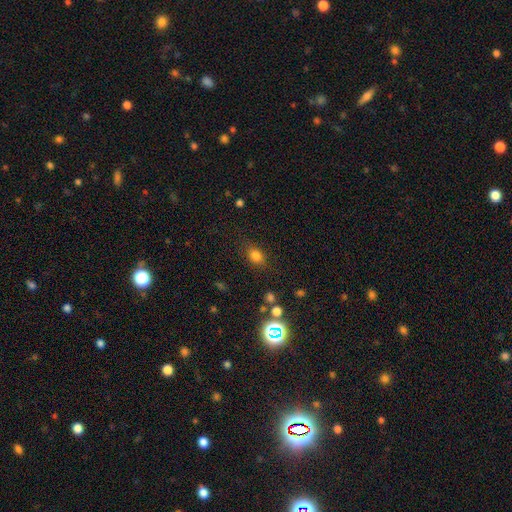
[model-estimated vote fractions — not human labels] Q: Smooth or featured?
A: smooth (77%); runner-up: star or artifact (16%)
Q: How rounded?
A: in between (65%); runner-up: round (33%)
Q: Merging?
A: none (79%); runner-up: minor disturbance (14%)